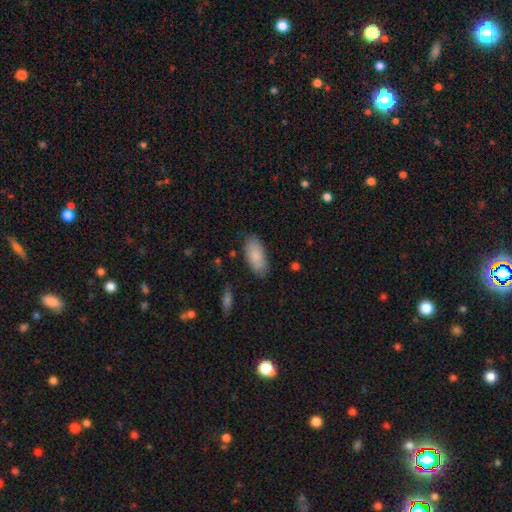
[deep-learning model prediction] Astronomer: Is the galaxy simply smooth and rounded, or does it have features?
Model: smooth — 86%.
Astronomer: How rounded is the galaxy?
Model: in between — 92%.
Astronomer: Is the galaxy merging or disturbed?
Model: none — 81%.